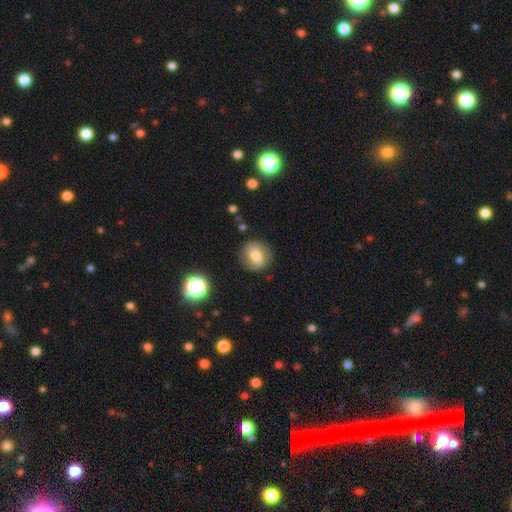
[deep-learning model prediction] Smooth or featured: smooth — 62% (featured or disk — 28%)
How rounded: round — 74% (in between — 24%)
Merging: none — 83% (minor disturbance — 12%)